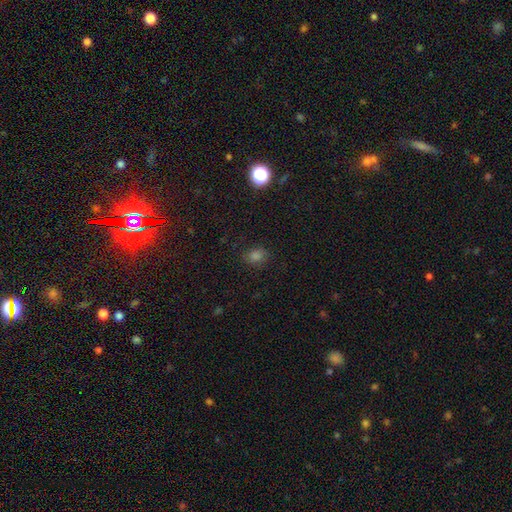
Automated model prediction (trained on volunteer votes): This is likely a smooth galaxy (67%). How rounded: possibly round (53%). Merging: clearly none (82%).